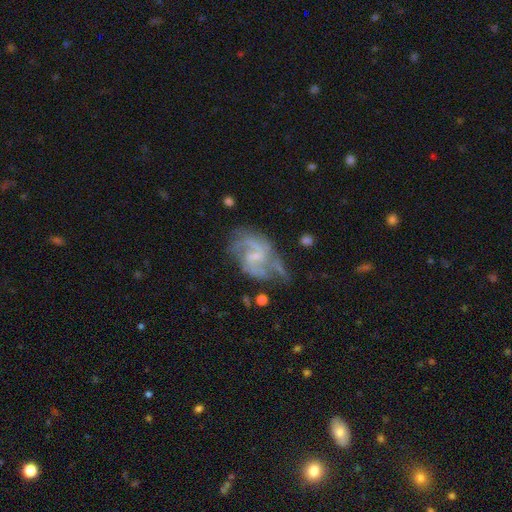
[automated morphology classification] Q: Smooth or featured?
A: featured or disk (82%); runner-up: smooth (11%)
Q: Edge-on disk?
A: no (97%); runner-up: yes (3%)
Q: Bar?
A: weak (53%); runner-up: no (34%)
Q: Spiral arms?
A: yes (90%); runner-up: no (10%)
Q: Spiral winding?
A: medium (49%); runner-up: loose (33%)
Q: Spiral arm count?
A: 2 (73%); runner-up: can't tell (12%)
Q: Bulge size?
A: small (63%); runner-up: moderate (20%)
Q: Merging?
A: none (46%); runner-up: minor disturbance (25%)